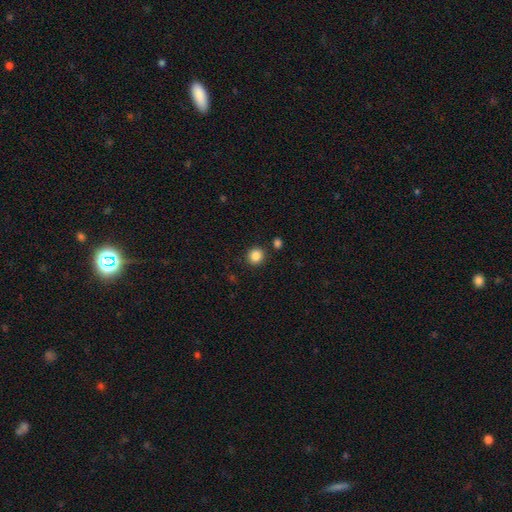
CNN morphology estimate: Smooth or featured?
  - smooth: 87% *
  - star or artifact: 10%
  - featured or disk: 3%
How rounded?
  - round: 89% *
  - in between: 10%
  - cigar-shaped: 1%
Merging?
  - none: 87% *
  - minor disturbance: 7%
  - merger: 4%
  - major disturbance: 2%